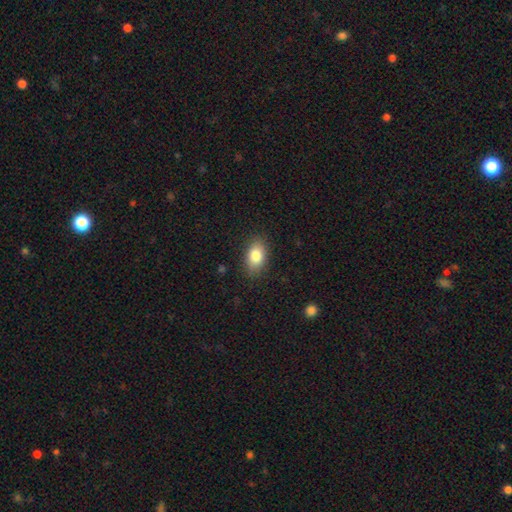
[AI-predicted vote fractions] Smooth or featured? smooth (82%)
How rounded? in between (87%)
Merging? none (86%)